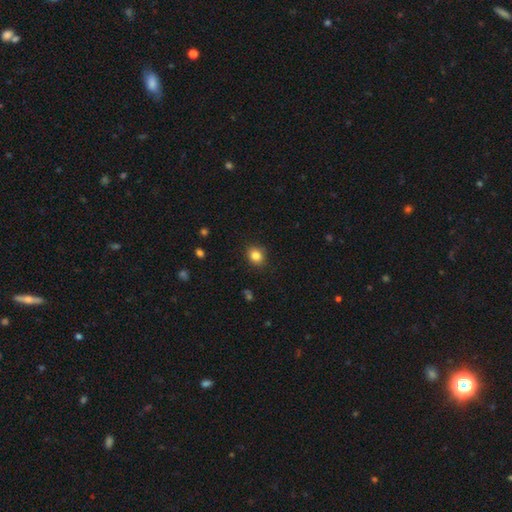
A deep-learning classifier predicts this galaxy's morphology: smooth_or_featured: smooth (p=0.84) [alt: star or artifact p=0.11]
how_rounded: round (p=0.67) [alt: in between p=0.32]
merging: none (p=0.88) [alt: minor disturbance p=0.09]